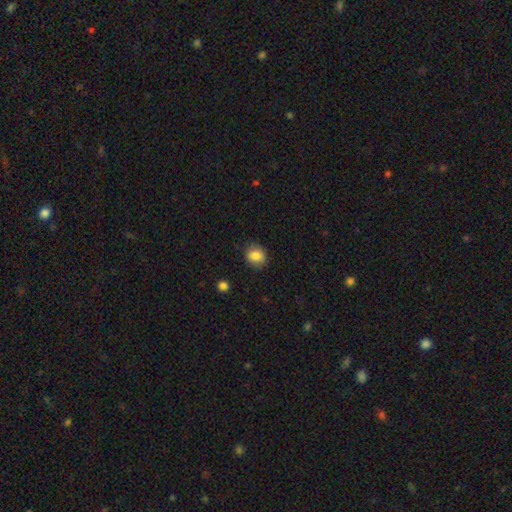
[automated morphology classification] smooth-or-featured: smooth: 85% | star or artifact: 9% | featured or disk: 6%
  how-rounded: round: 70% | in between: 29% | cigar-shaped: 1%
  merging: none: 84% | minor disturbance: 12% | major disturbance: 3% | merger: 1%